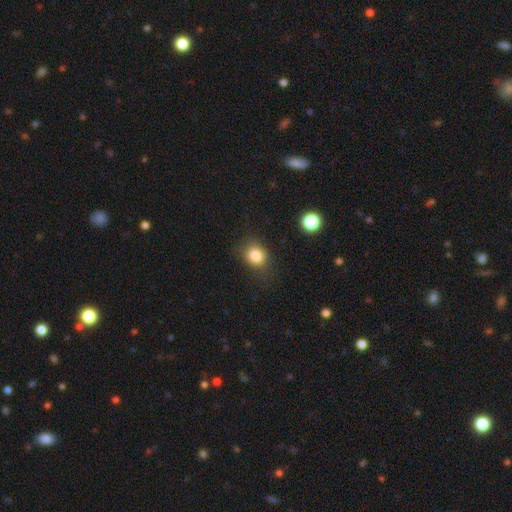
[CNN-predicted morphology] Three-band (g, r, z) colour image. It shows a smooth galaxy with no disk features (83%) that is round (65%). Merging: none (77%).